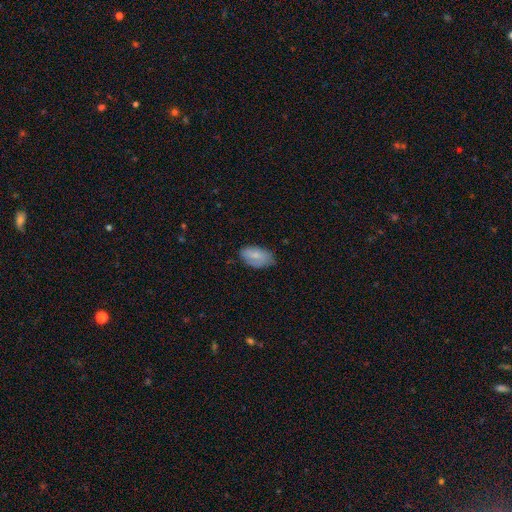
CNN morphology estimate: type=smooth (74%); roundness=in between (93%); merging=none (60%).